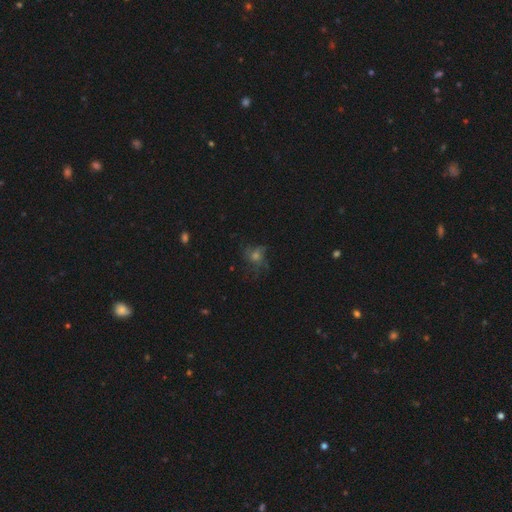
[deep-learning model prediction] Smooth or featured? Predicted: featured or disk (p=0.41). Merging? Predicted: none (p=0.62).